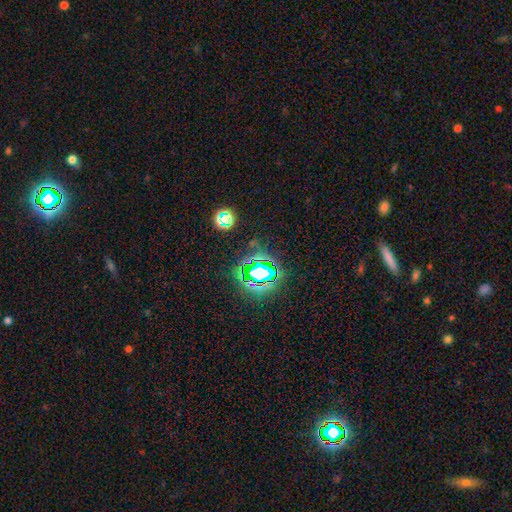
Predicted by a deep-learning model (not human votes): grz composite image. It shows a star or artifact, not a galaxy (69%).